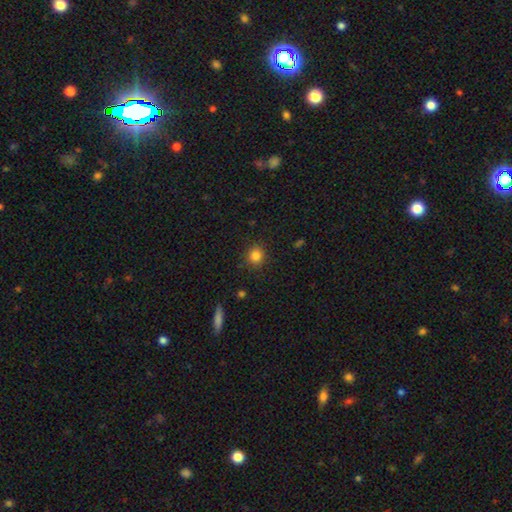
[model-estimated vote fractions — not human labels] Smooth or featured? smooth (84%)
How rounded? round (86%)
Merging? none (88%)